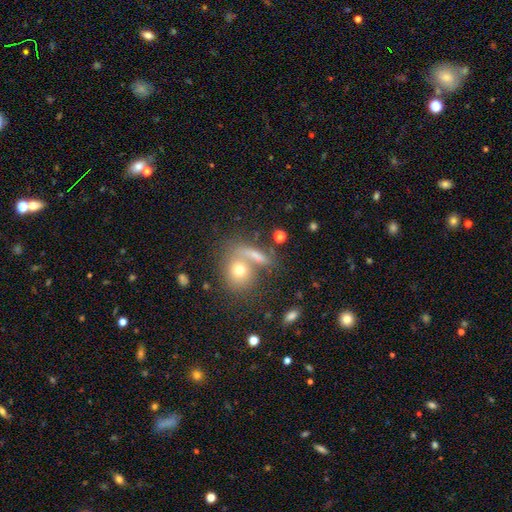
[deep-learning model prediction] A smooth galaxy with no disk features (65%) that is in between round and cigar-shaped (45%). Merging: none (41%).